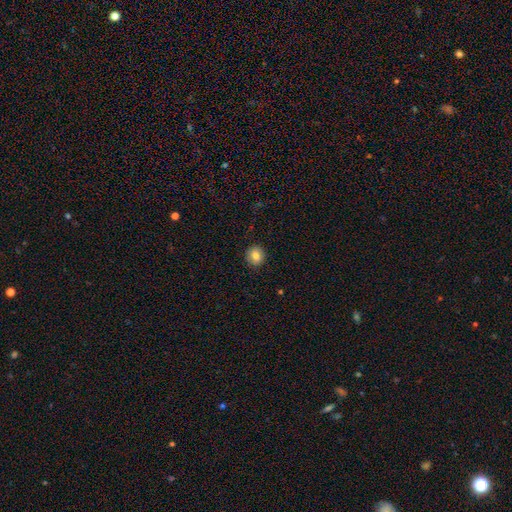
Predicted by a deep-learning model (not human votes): Smooth or featured?
  - smooth: 82% *
  - star or artifact: 9%
  - featured or disk: 9%
How rounded?
  - round: 85% *
  - in between: 14%
  - cigar-shaped: 1%
Merging?
  - none: 90% *
  - minor disturbance: 7%
  - major disturbance: 2%
  - merger: 1%